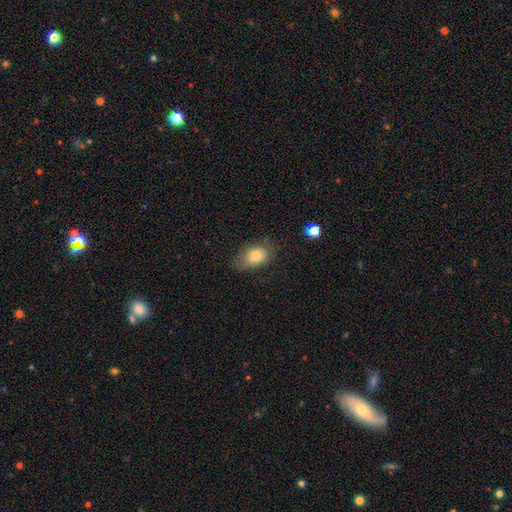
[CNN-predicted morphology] type=smooth (78%); roundness=in between (82%); merging=none (61%).